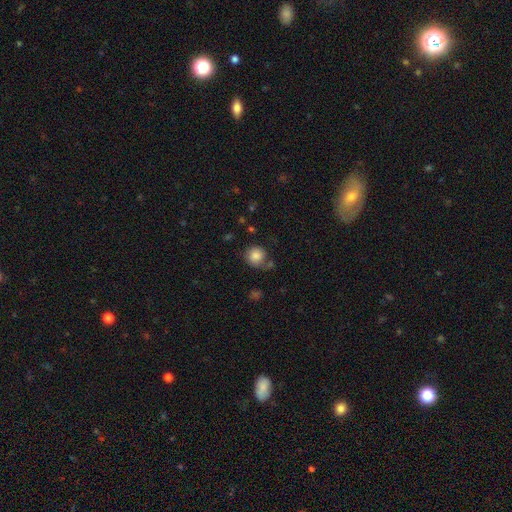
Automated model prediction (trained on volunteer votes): Q: Smooth or featured?
A: smooth (85%); runner-up: star or artifact (9%)
Q: How rounded?
A: round (90%); runner-up: in between (9%)
Q: Merging?
A: none (69%); runner-up: minor disturbance (17%)